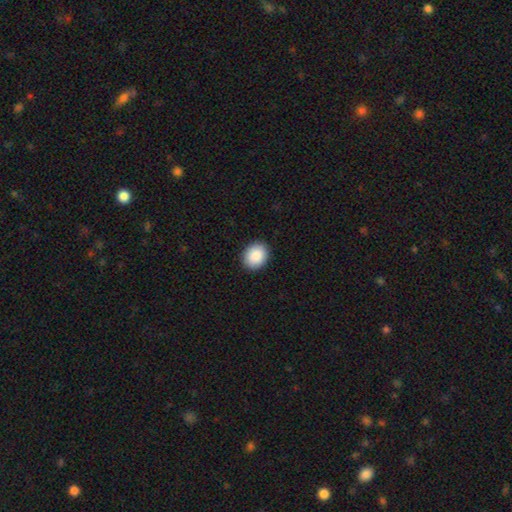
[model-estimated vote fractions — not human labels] Q: Smooth or featured?
A: smooth (89%); runner-up: star or artifact (7%)
Q: How rounded?
A: in between (52%); runner-up: round (48%)
Q: Merging?
A: none (91%); runner-up: minor disturbance (6%)